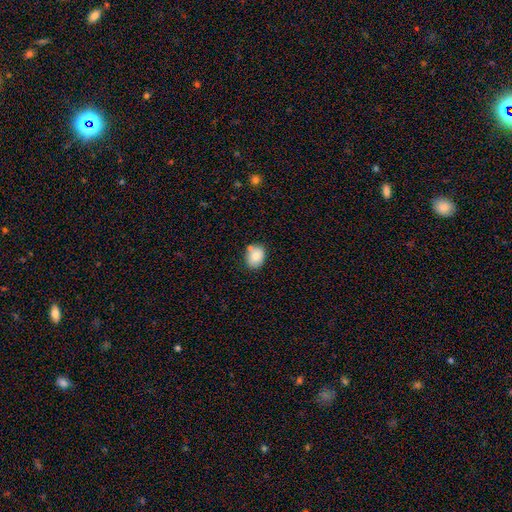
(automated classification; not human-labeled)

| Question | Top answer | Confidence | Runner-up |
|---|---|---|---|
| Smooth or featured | smooth | 82% | featured or disk (10%) |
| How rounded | in between | 59% | round (40%) |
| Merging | none | 72% | minor disturbance (15%) |